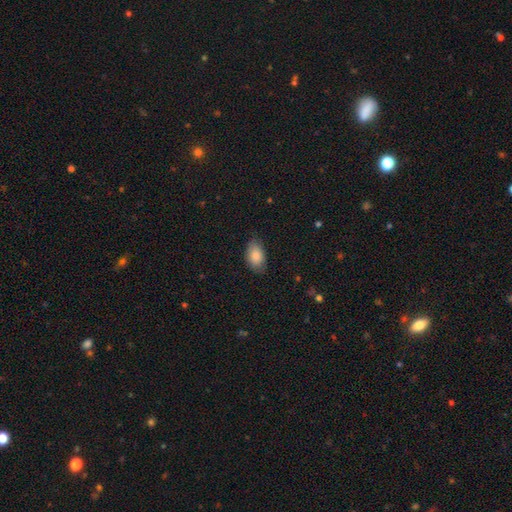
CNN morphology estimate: The model was most divided on "merging": none: 78%, minor disturbance: 17%, major disturbance: 3%, merger: 1%. More confident: how rounded — in between (93%); smooth or featured — smooth (86%).